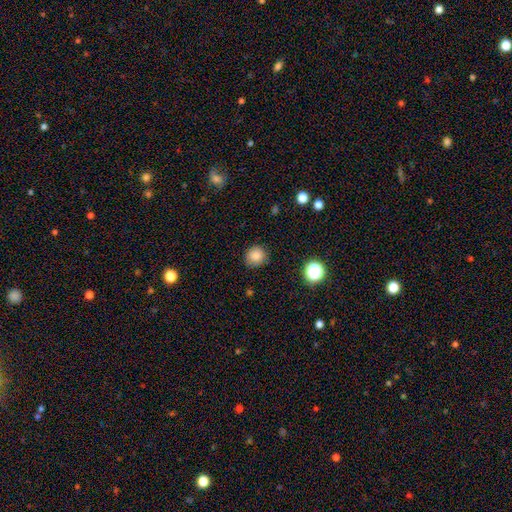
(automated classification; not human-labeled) Smooth or featured?
  - smooth: 84% *
  - star or artifact: 12%
  - featured or disk: 5%
How rounded?
  - round: 87% *
  - in between: 12%
  - cigar-shaped: 1%
Merging?
  - none: 87% *
  - minor disturbance: 10%
  - major disturbance: 2%
  - merger: 1%